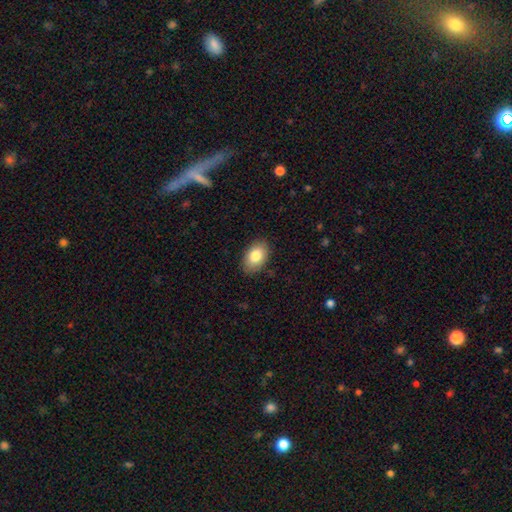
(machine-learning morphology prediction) A smooth galaxy with no disk features (82%) that is in between round and cigar-shaped (90%).

Vote fractions:
- Smooth or featured? smooth: 82% / featured or disk: 11% / star or artifact: 7%
- How rounded? in between: 90% / round: 9% / cigar-shaped: 1%
- Merging? none: 87% / minor disturbance: 10% / major disturbance: 2% / merger: 1%